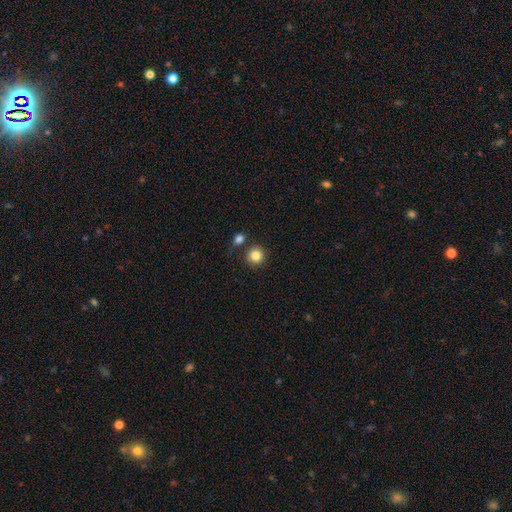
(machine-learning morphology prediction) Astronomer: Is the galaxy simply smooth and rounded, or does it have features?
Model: smooth — 85%.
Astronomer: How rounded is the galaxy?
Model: round — 93%.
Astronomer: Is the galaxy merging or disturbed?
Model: none — 80%.